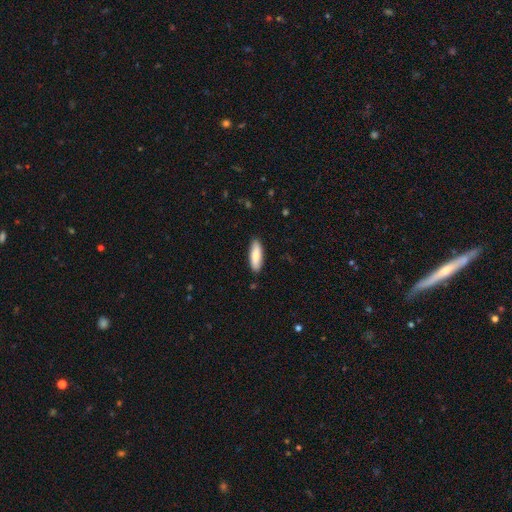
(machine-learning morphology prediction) The model was most divided on "how rounded": in between: 53%, cigar-shaped: 45%, round: 2%. More confident: merging — none (87%); smooth or featured — smooth (82%).